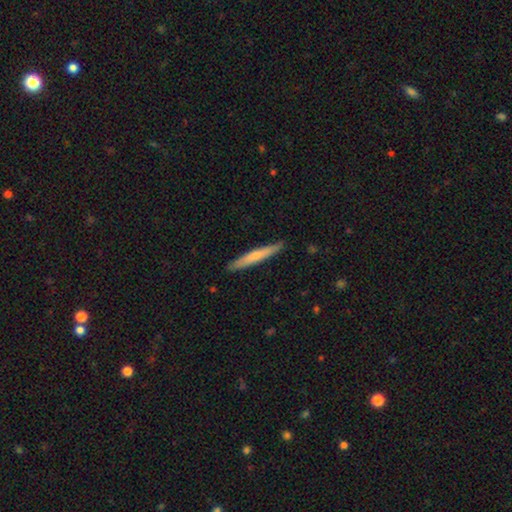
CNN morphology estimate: Smooth or featured? smooth (62%)
How rounded? cigar-shaped (95%)
Merging? none (90%)